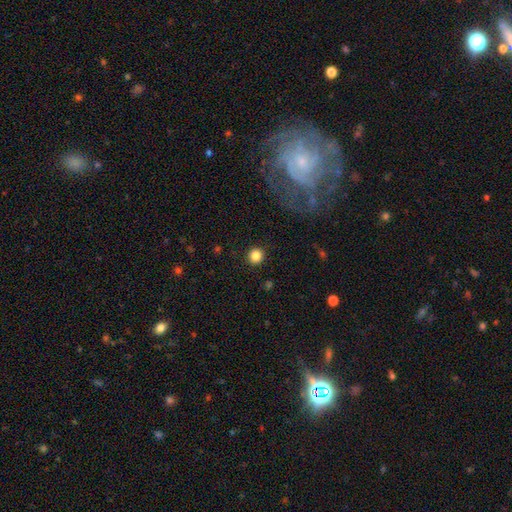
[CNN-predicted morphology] Smooth or featured? smooth (85%)
How rounded? round (95%)
Merging? none (92%)